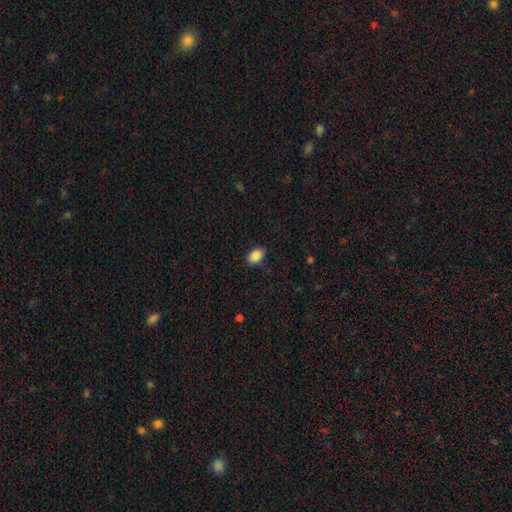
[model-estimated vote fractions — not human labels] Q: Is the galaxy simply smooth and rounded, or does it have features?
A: smooth — 89%.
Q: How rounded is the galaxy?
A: in between — 88%.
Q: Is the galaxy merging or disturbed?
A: none — 87%.